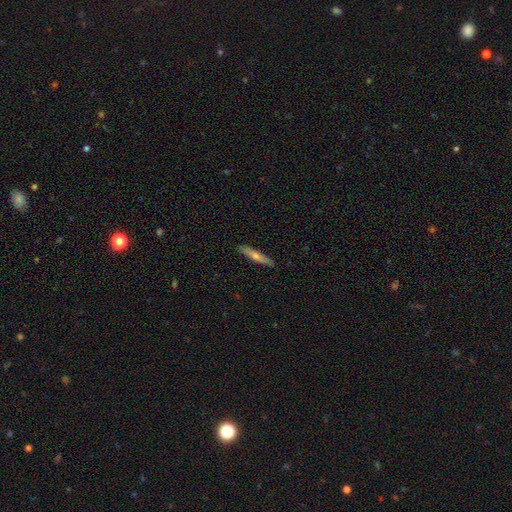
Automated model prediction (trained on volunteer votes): This is possibly a smooth galaxy (50%). Merging: clearly none (90%).